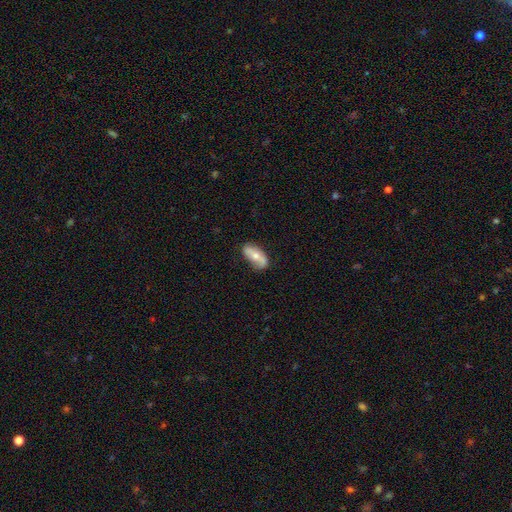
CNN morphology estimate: This is possibly a smooth galaxy (49%). Merging: likely none (68%).